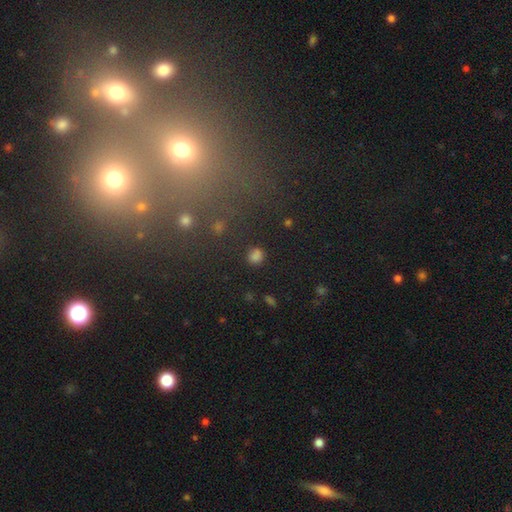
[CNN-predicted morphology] smooth-or-featured: smooth: 76% | star or artifact: 19% | featured or disk: 5%
  how-rounded: round: 82% | in between: 16% | cigar-shaped: 1%
  merging: none: 84% | minor disturbance: 9% | major disturbance: 4% | merger: 3%